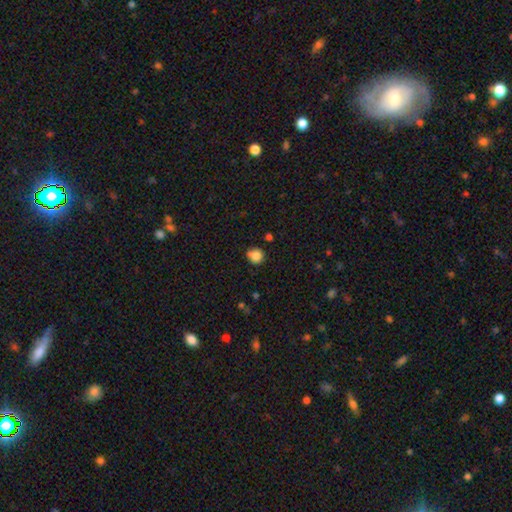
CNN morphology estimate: Smooth or featured? smooth (83%)
How rounded? round (90%)
Merging? none (74%)